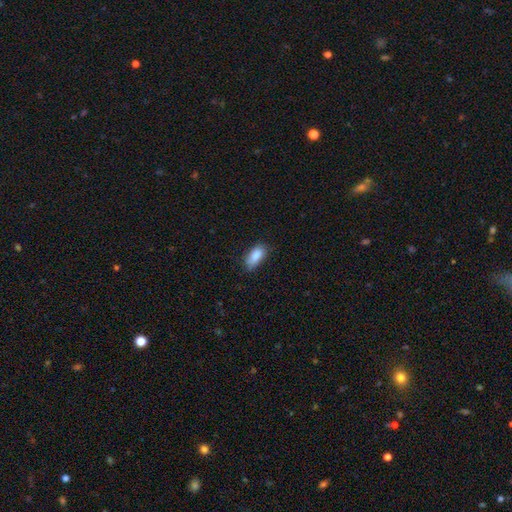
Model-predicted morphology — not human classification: smooth_or_featured: smooth (p=0.87) [alt: star or artifact p=0.07]
how_rounded: in between (p=0.88) [alt: cigar-shaped p=0.09]
merging: none (p=0.73) [alt: minor disturbance p=0.22]